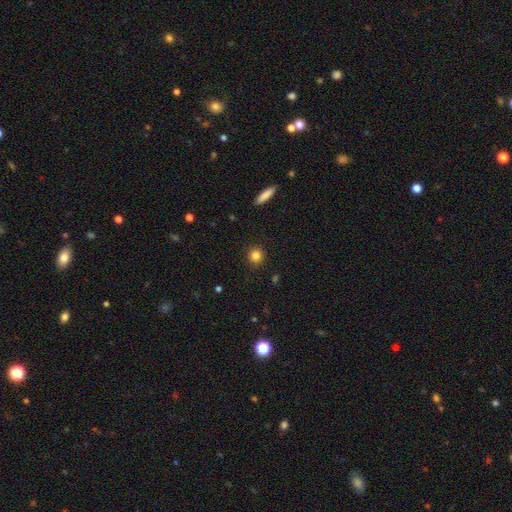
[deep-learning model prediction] A smooth galaxy with no disk features (83%) that is round (91%). Merging: none (91%).